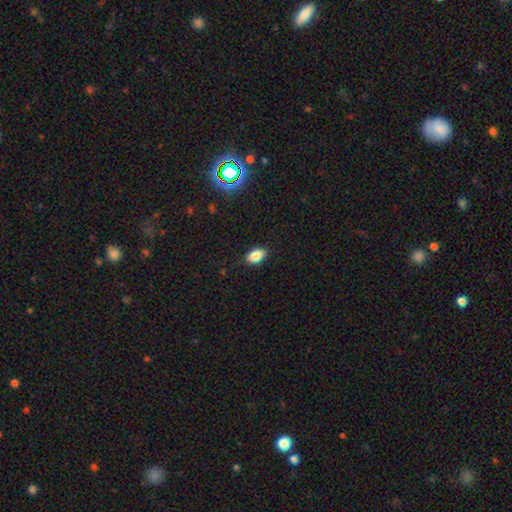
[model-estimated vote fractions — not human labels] Smooth or featured: smooth — 86% (star or artifact — 9%)
How rounded: in between — 91% (round — 8%)
Merging: none — 87% (minor disturbance — 9%)